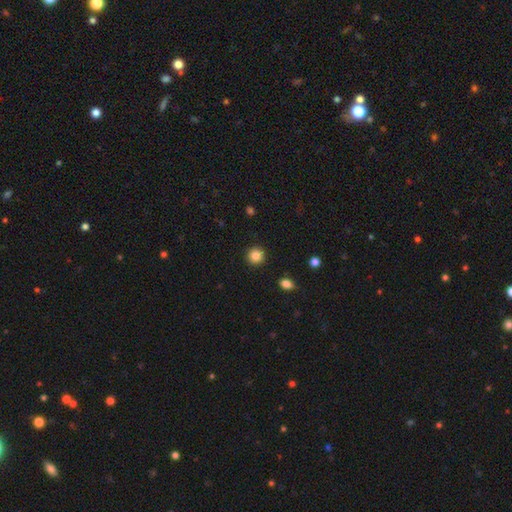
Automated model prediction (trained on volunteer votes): Smooth or featured? smooth (86%)
How rounded? round (93%)
Merging? none (92%)